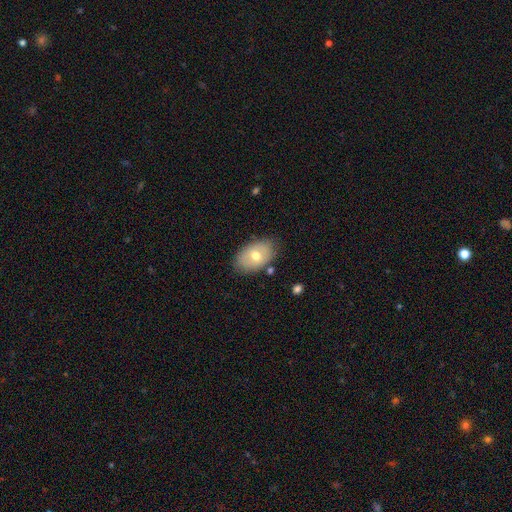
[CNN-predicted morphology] Smooth or featured? smooth (65%)
How rounded? in between (87%)
Merging? none (80%)